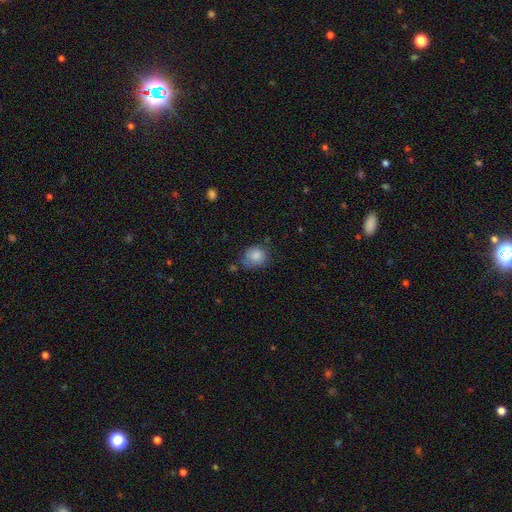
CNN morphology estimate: This appears to be a smooth galaxy with no disk features (83%) that is round (68%). Merging: none (55%).